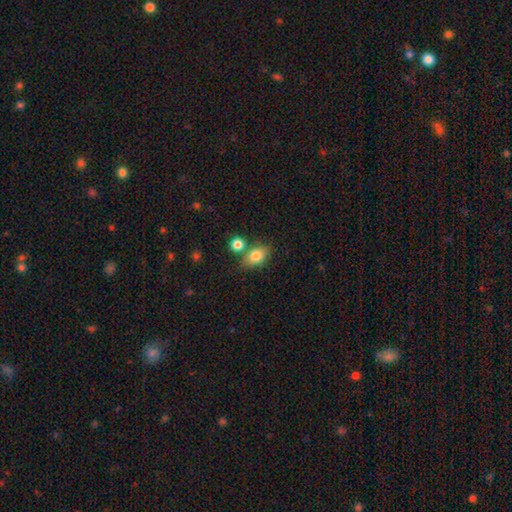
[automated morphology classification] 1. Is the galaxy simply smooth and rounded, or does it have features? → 81% smooth, 11% featured or disk, 9% star or artifact.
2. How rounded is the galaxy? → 78% in between, 20% round, 2% cigar-shaped.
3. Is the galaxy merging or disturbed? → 61% none, 20% merger, 15% minor disturbance, 4% major disturbance.